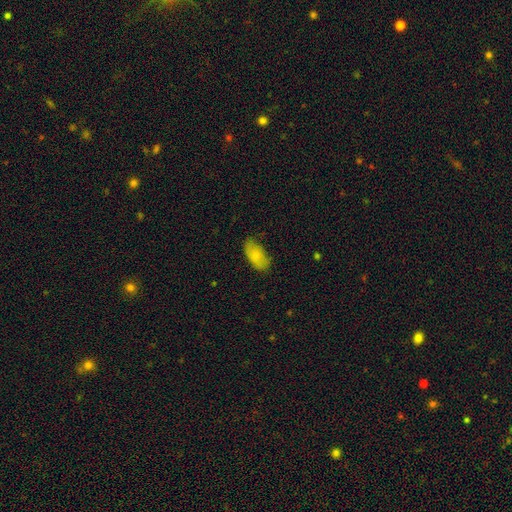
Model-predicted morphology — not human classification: A smooth galaxy with no disk features (78%) that is in between round and cigar-shaped (93%). Merging: none (71%).